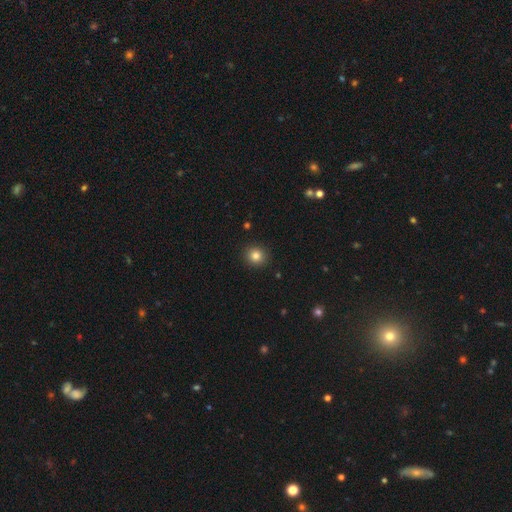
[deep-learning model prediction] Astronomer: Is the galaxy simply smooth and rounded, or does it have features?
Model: smooth — 83%.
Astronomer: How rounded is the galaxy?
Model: round — 90%.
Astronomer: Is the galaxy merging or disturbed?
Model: none — 92%.